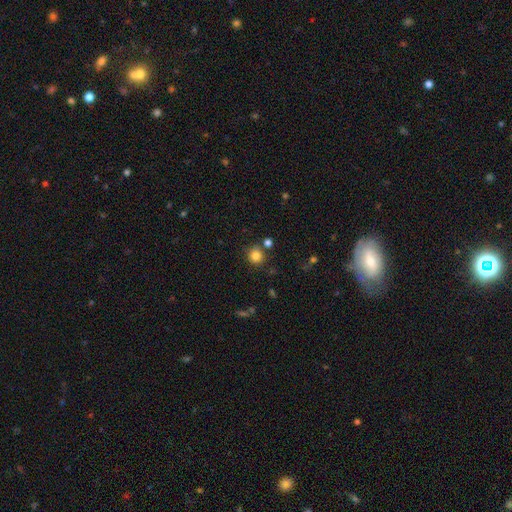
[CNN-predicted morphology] smooth 83%, star or artifact 12%, featured or disk 5%. Down the decision tree: how rounded — round (91%); merging — none (79%).